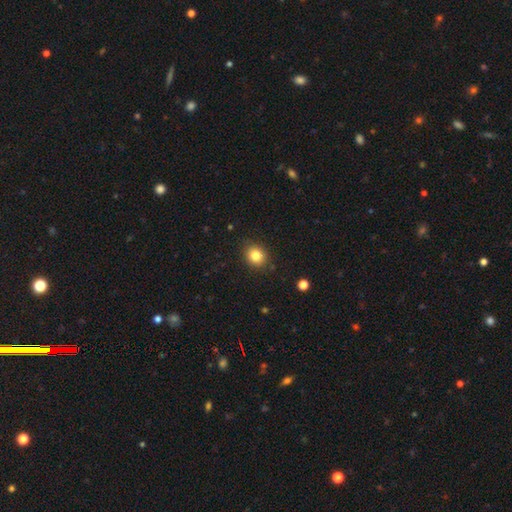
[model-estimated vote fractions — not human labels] Overall: smooth (83%). How rounded: round (70%). Merging: none (88%).